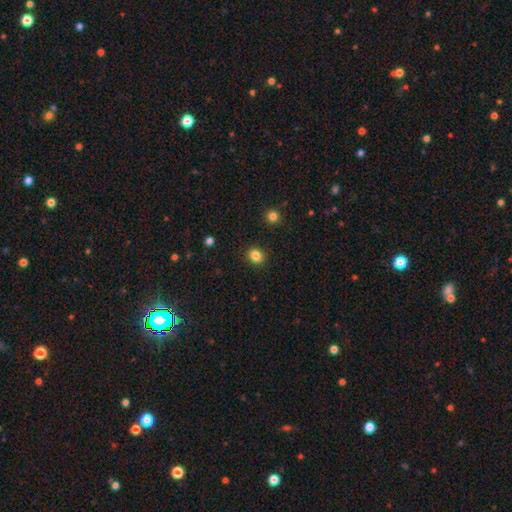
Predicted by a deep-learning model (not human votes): smooth_or_featured: smooth (p=0.84) [alt: star or artifact p=0.11]
how_rounded: round (p=0.71) [alt: in between p=0.28]
merging: none (p=0.91) [alt: minor disturbance p=0.06]